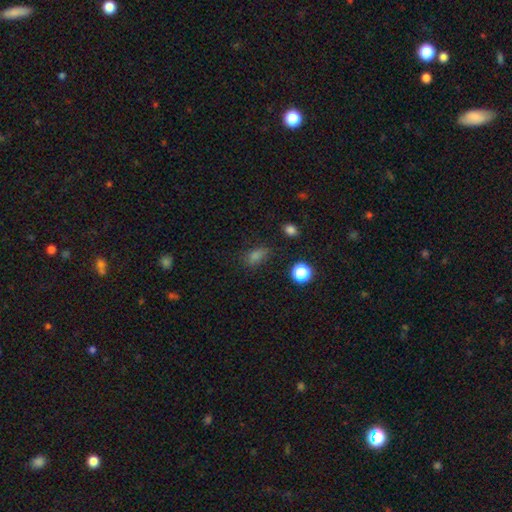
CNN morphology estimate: Q: Smooth or featured?
A: smooth (71%); runner-up: star or artifact (22%)
Q: How rounded?
A: in between (74%); runner-up: round (21%)
Q: Merging?
A: none (74%); runner-up: minor disturbance (17%)